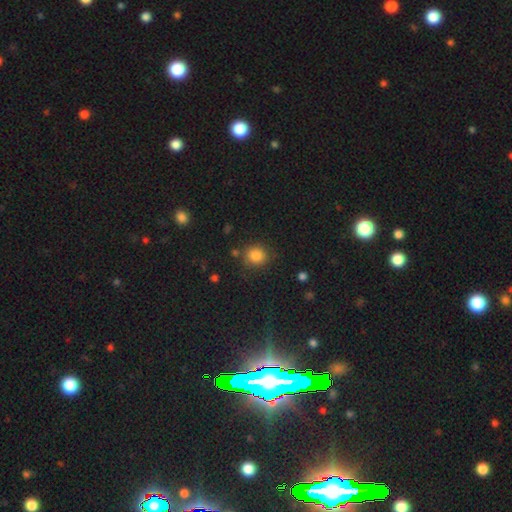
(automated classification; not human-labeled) The model was most divided on "merging": none: 81%, minor disturbance: 11%, merger: 4%, major disturbance: 4%. More confident: how rounded — round (85%); smooth or featured — smooth (83%).